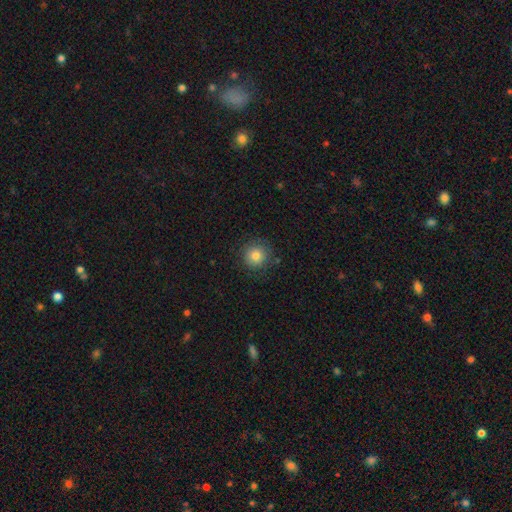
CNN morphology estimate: Overall: smooth (82%). How rounded: round (94%). Merging: none (84%).